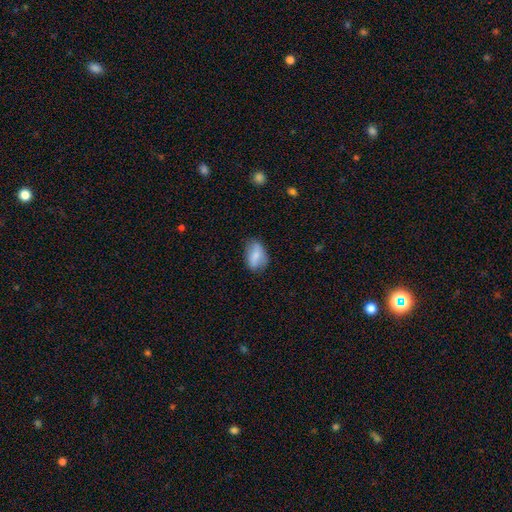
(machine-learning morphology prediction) smooth 74%, featured or disk 19%, star or artifact 7%. Down the decision tree: how rounded — in between (86%); merging — none (70%).